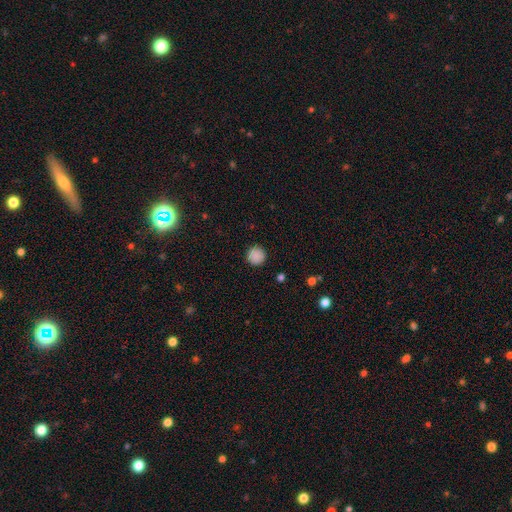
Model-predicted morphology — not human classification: This appears to be a smooth galaxy with no disk features (88%) that is round (96%). Merging: none (92%).